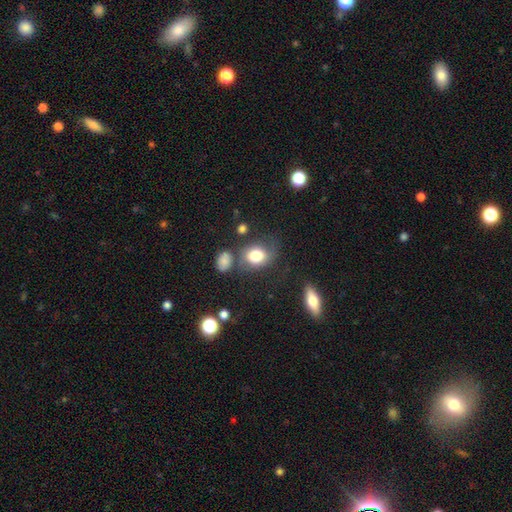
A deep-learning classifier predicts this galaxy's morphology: smooth 72%, featured or disk 19%, star or artifact 10%. Down the decision tree: how rounded — round (49%, tied with in between); merging — none (50%).